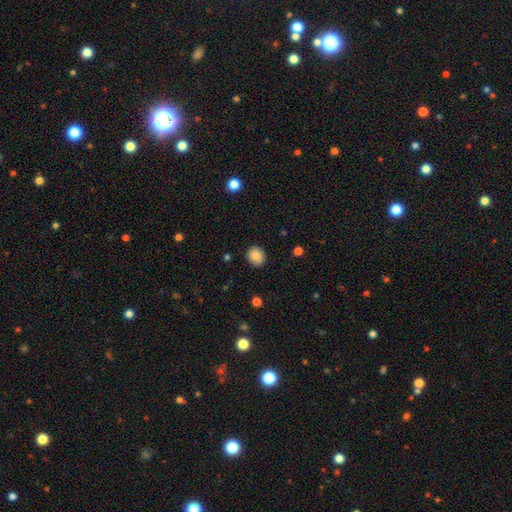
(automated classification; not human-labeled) Smooth or featured? smooth (85%)
How rounded? round (85%)
Merging? none (85%)